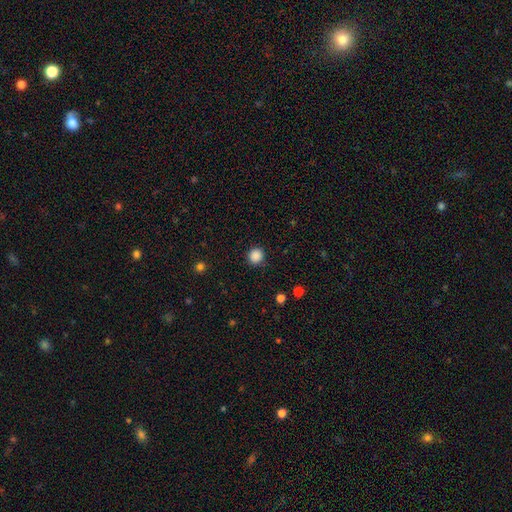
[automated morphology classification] Smooth or featured? Predicted: smooth (p=0.87). How rounded? Predicted: round (p=0.92). Merging? Predicted: none (p=0.91).